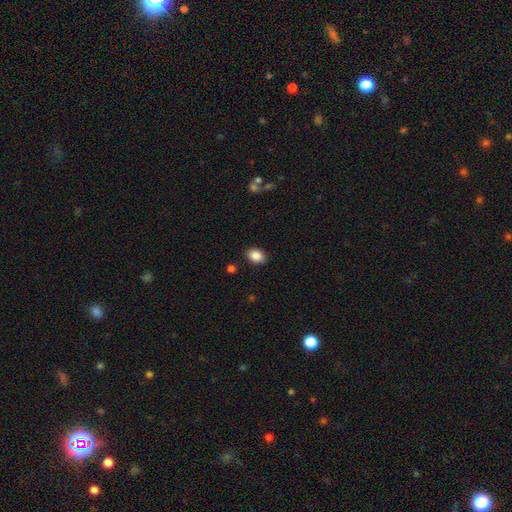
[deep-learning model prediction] Smooth or featured? smooth (87%)
How rounded? in between (72%)
Merging? none (87%)